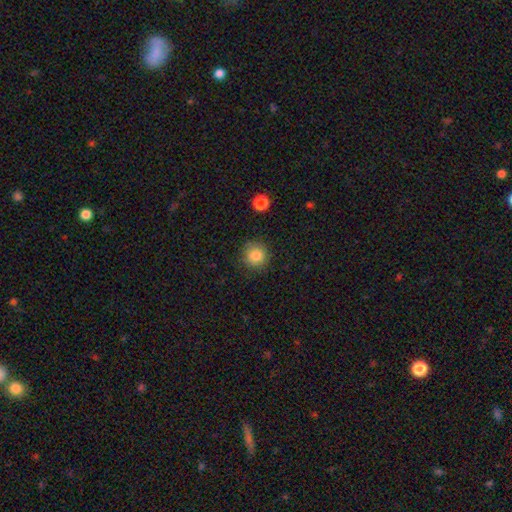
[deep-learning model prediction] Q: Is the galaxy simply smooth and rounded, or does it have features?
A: smooth — 84%.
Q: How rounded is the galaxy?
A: round — 93%.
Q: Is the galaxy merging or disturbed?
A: none — 85%.